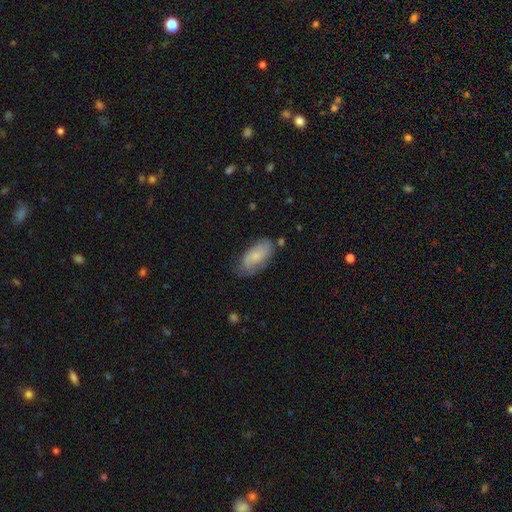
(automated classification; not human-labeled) Overall: smooth (66%; featured or disk 27%). How rounded: in between (91%). Merging: none (65%; minor disturbance 25%).